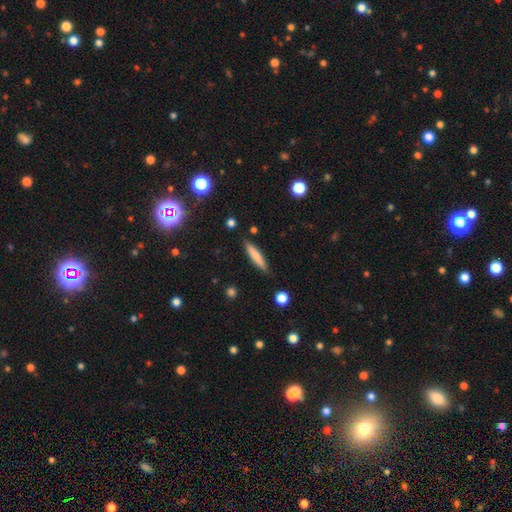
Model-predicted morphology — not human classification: smooth_or_featured: smooth (p=0.75) [alt: featured or disk p=0.18]
how_rounded: cigar-shaped (p=0.88) [alt: in between p=0.11]
merging: none (p=0.88) [alt: minor disturbance p=0.09]